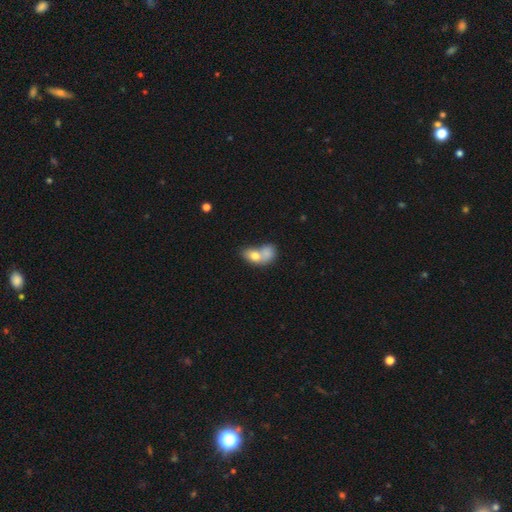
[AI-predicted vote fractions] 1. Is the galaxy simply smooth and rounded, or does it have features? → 73% smooth, 19% featured or disk, 8% star or artifact.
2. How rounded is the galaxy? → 76% in between, 21% round, 3% cigar-shaped.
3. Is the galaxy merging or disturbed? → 73% merger, 15% none, 7% minor disturbance, 6% major disturbance.